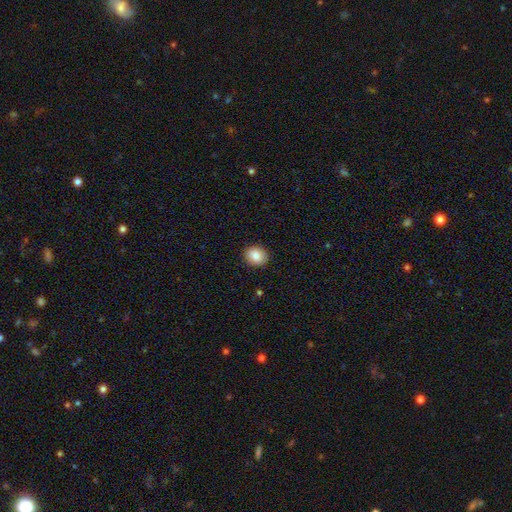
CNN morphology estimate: Overall: smooth (86%). How rounded: round (68%; in between 31%). Merging: none (90%).